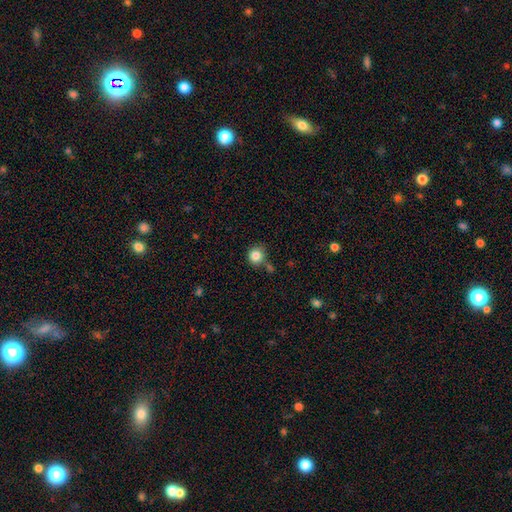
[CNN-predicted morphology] Smooth or featured? Predicted: smooth (p=0.84). How rounded? Predicted: round (p=0.92). Merging? Predicted: none (p=0.74).